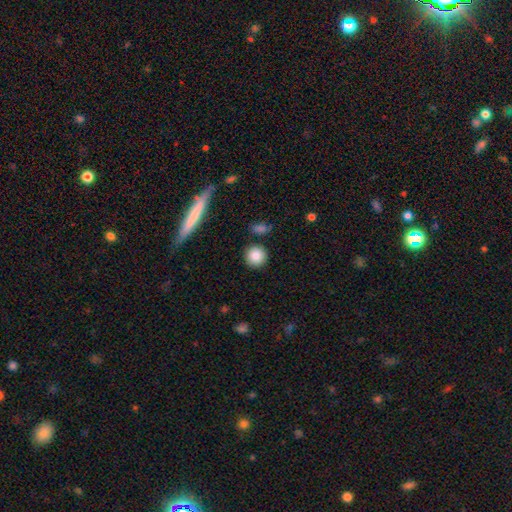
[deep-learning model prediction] Smooth or featured? Predicted: smooth (p=0.85). How rounded? Predicted: round (p=0.92). Merging? Predicted: none (p=0.88).